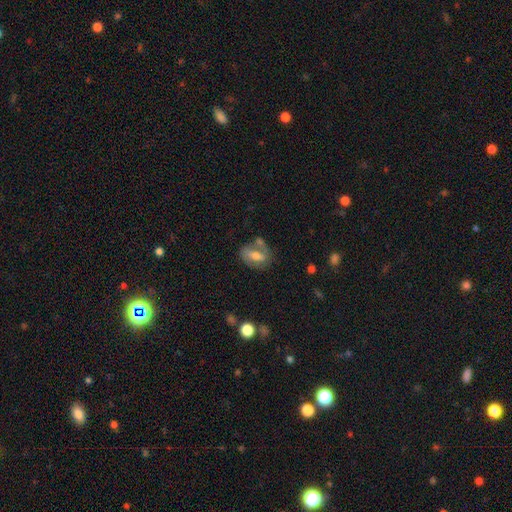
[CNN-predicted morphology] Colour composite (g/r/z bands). It shows a smooth galaxy with no disk features (50%). Merging: none (52%).